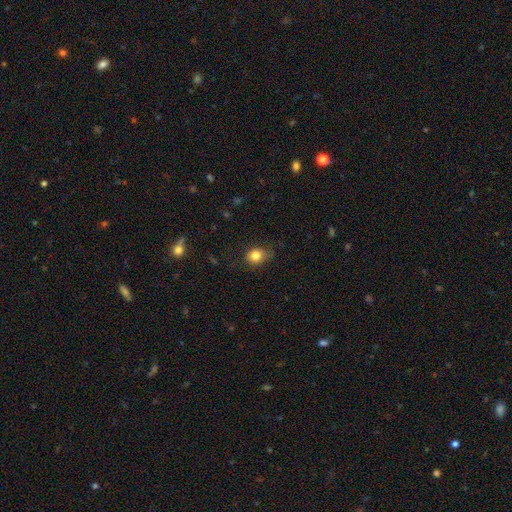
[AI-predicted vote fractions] The model was most divided on "how rounded": round: 63%, in between: 36%, cigar-shaped: 1%. More confident: smooth or featured — smooth (82%); merging — none (70%).